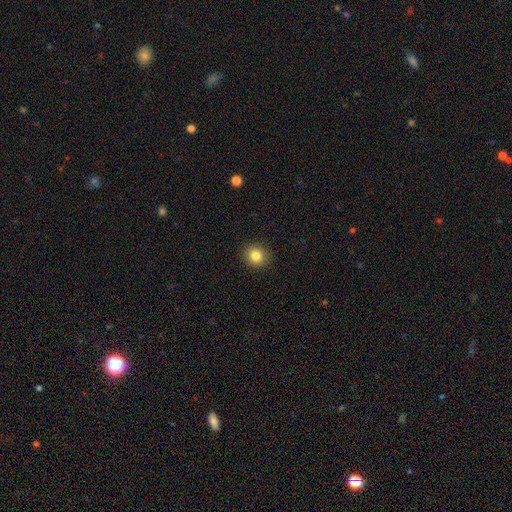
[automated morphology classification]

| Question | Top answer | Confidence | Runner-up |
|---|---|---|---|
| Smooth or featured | smooth | 84% | star or artifact (11%) |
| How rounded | round | 85% | in between (14%) |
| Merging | none | 91% | minor disturbance (6%) |